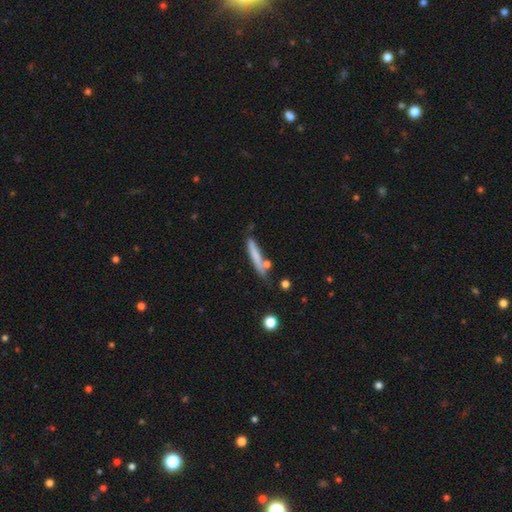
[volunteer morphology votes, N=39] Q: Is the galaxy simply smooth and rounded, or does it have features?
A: smooth — 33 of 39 (85%).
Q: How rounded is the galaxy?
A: cigar-shaped — 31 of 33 (94%).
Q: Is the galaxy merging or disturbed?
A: none — 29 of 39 (74%).